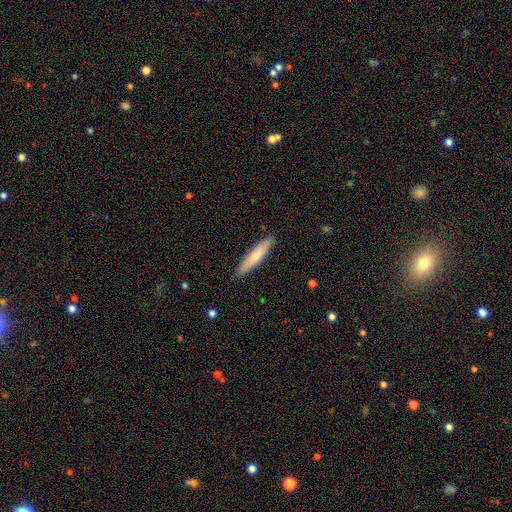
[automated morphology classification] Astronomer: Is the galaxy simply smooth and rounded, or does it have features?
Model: smooth — 68%.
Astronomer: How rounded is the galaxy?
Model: cigar-shaped — 88%.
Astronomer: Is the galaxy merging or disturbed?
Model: none — 89%.